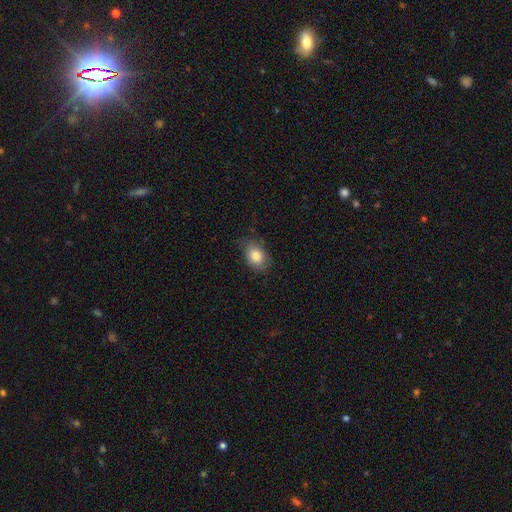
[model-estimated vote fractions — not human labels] Overall: smooth (84%). How rounded: in between (78%). Merging: none (73%).